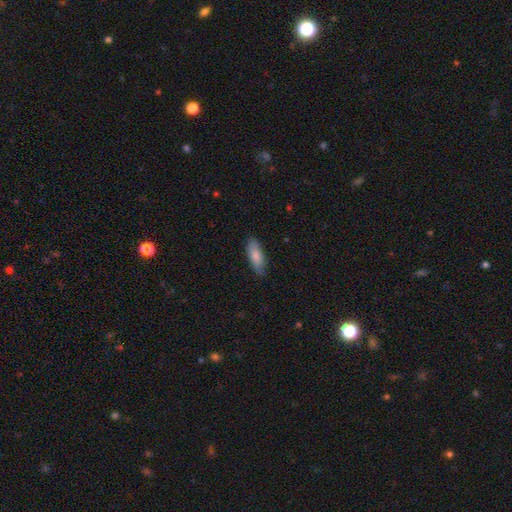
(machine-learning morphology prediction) Overall: smooth (81%). How rounded: in between (70%). Merging: none (82%).